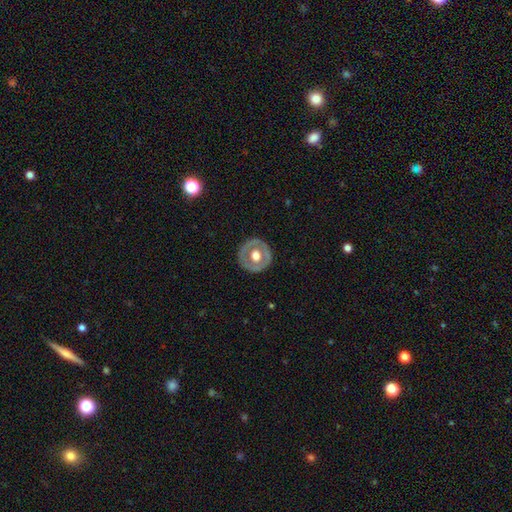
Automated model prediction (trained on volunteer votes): Smooth or featured? featured or disk (55%)
Edge-on disk? no (93%)
Bar? no (86%)
Spiral arms? no (92%)
Bulge size? moderate (54%)
Merging? none (85%)